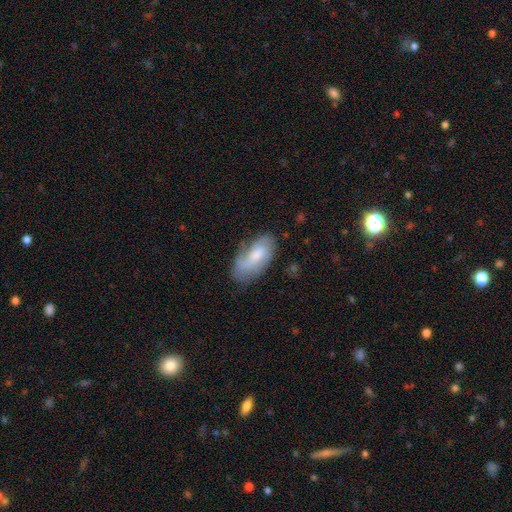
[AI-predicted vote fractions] Overall: smooth (50%; featured or disk 43%). How rounded: in between (91%). Merging: none (62%; minor disturbance 27%).